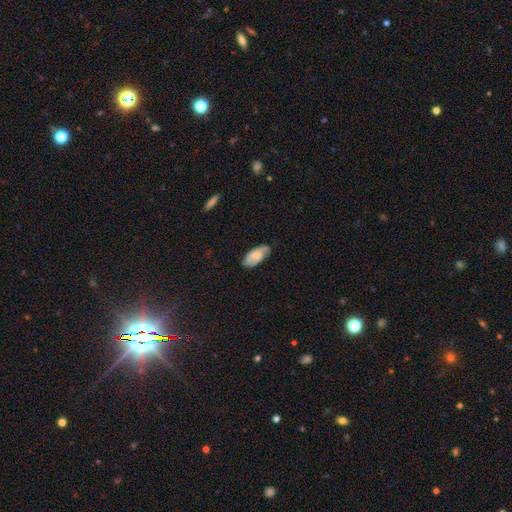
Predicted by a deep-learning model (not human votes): The model was most divided on "smooth or featured": smooth: 53%, featured or disk: 40%, star or artifact: 7%. More confident: how rounded — in between (91%); merging — none (70%).